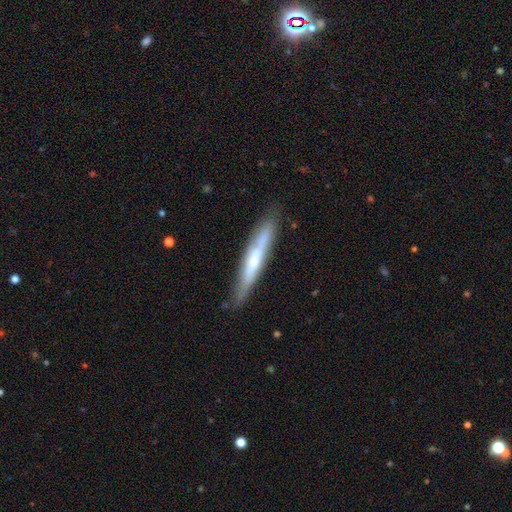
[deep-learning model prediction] The model was most divided on "smooth or featured": featured or disk: 53%, smooth: 41%, star or artifact: 6%. More confident: edge-on disk — yes (86%); merging — none (81%).